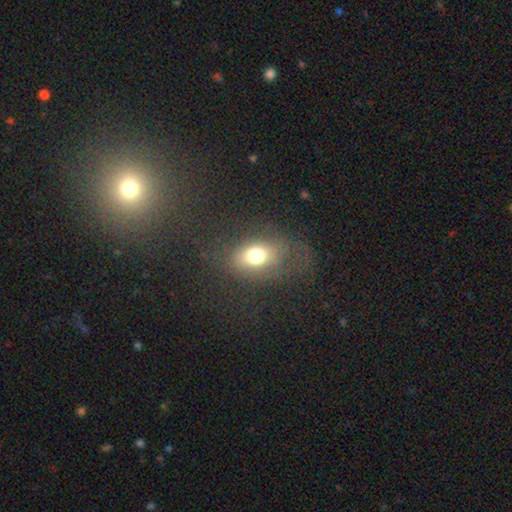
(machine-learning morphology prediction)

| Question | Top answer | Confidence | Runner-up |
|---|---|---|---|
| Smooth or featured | smooth | 68% | star or artifact (16%) |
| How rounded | in between | 65% | round (33%) |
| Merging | none | 72% | minor disturbance (13%) |